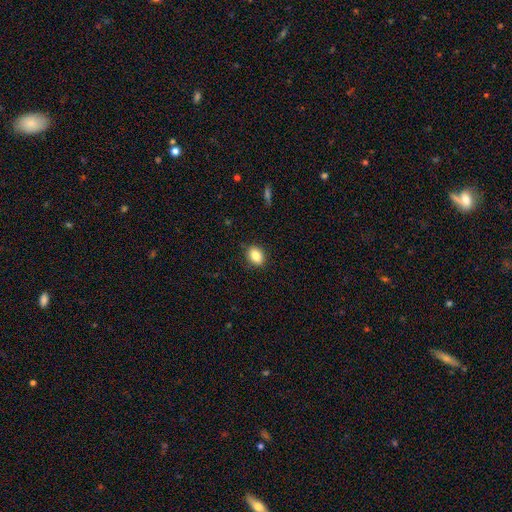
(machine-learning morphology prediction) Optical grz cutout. It shows a smooth galaxy with no disk features (85%) that is in between round and cigar-shaped (73%). Merging: none (87%).